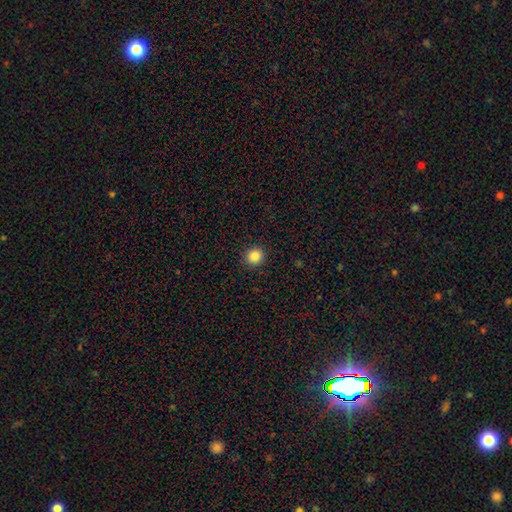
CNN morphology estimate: Smooth or featured? smooth (86%)
How rounded? round (90%)
Merging? none (92%)